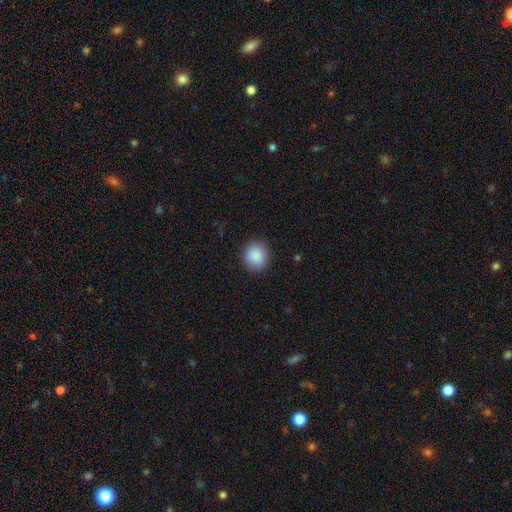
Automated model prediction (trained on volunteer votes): Q: Smooth or featured?
A: smooth (88%); runner-up: star or artifact (8%)
Q: How rounded?
A: round (88%); runner-up: in between (11%)
Q: Merging?
A: none (88%); runner-up: minor disturbance (8%)